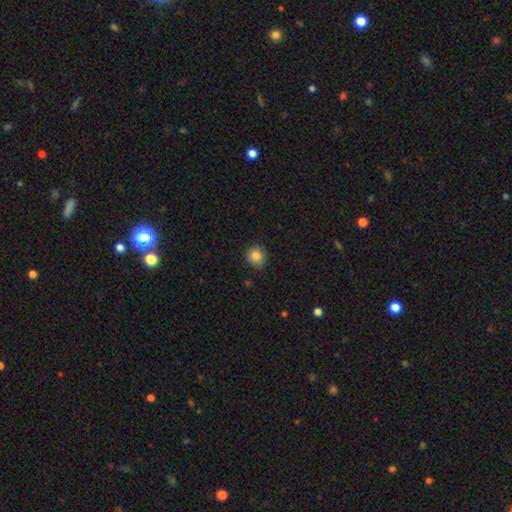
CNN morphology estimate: Overall: smooth (82%). How rounded: round (85%). Merging: none (82%).